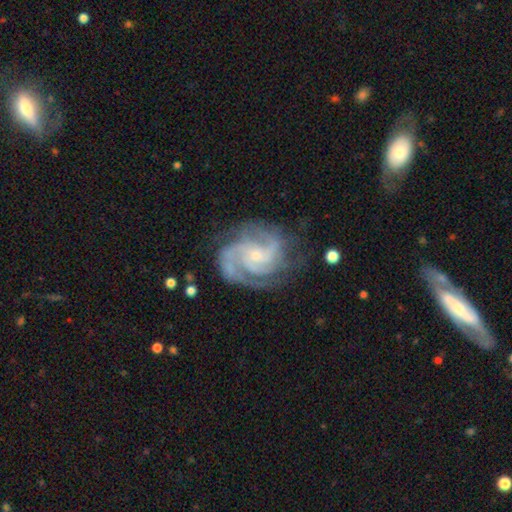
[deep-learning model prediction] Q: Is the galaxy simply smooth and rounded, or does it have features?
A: featured or disk — 92%.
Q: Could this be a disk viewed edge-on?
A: no — 98%.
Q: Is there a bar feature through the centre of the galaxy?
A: no — 60%.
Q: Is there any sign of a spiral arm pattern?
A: yes — 98%.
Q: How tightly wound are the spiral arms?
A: tight — 54%.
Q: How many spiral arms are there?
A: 3 — 41%.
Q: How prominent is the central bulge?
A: small — 74%.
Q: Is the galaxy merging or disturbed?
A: none — 72%.